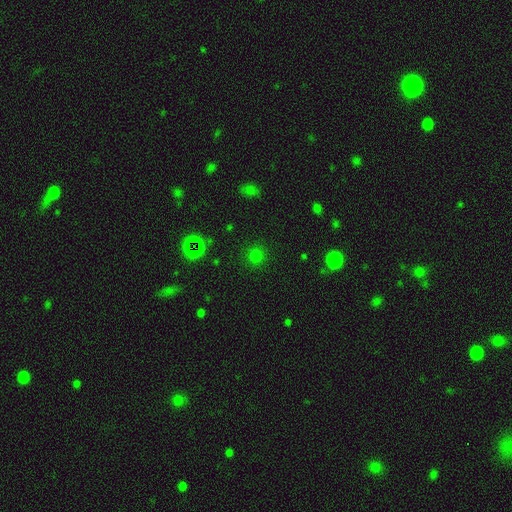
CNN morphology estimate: Smooth or featured: smooth — 68% (star or artifact — 26%)
How rounded: round — 91% (in between — 8%)
Merging: none — 88% (minor disturbance — 8%)